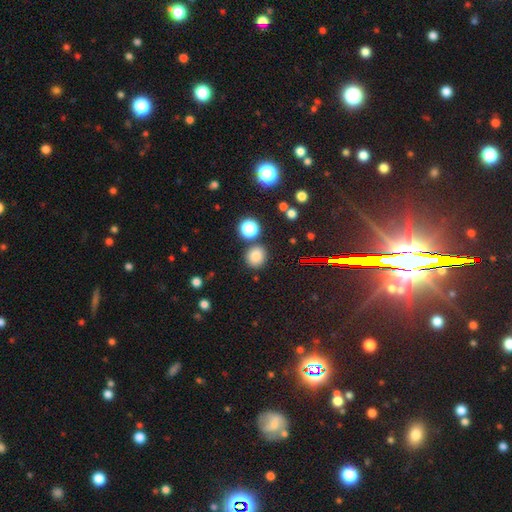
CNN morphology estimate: A smooth galaxy with no disk features (79%) that is round (83%). Merging: none (82%).